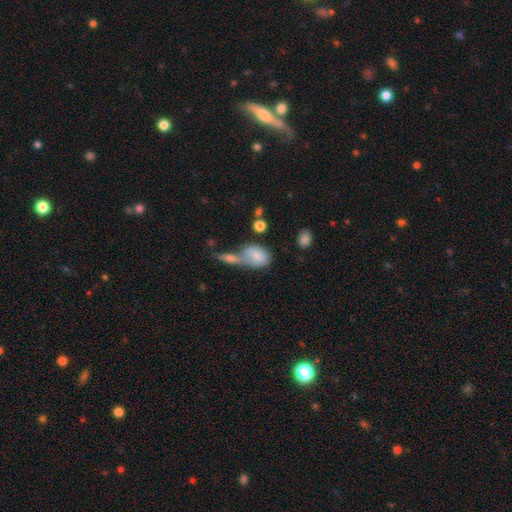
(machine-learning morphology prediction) smooth_or_featured: smooth (p=0.71) [alt: featured or disk p=0.21]
how_rounded: in between (p=0.82) [alt: round p=0.14]
merging: merger (p=0.52) [alt: none p=0.27]